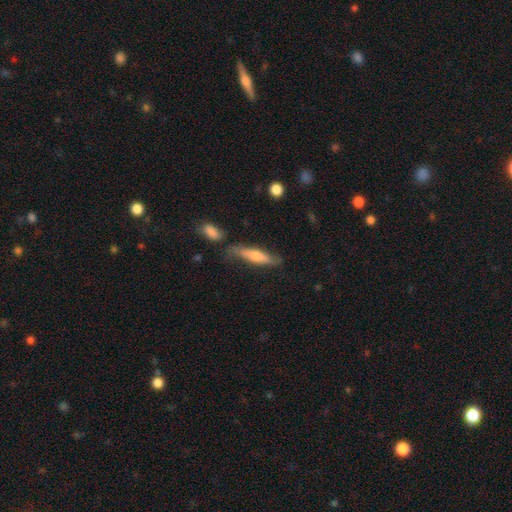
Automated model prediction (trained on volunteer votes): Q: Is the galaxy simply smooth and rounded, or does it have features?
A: smooth — 49%.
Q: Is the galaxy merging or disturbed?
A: none — 67%.